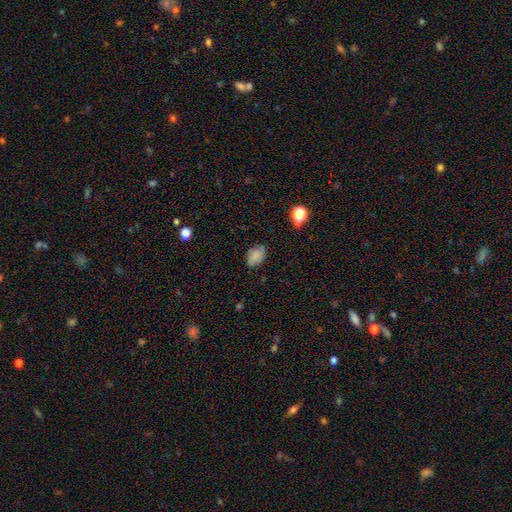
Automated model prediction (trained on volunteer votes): Smooth or featured?
  - smooth: 75% *
  - featured or disk: 13%
  - star or artifact: 12%
How rounded?
  - in between: 79% *
  - round: 20%
  - cigar-shaped: 1%
Merging?
  - none: 72% *
  - minor disturbance: 21%
  - major disturbance: 5%
  - merger: 2%